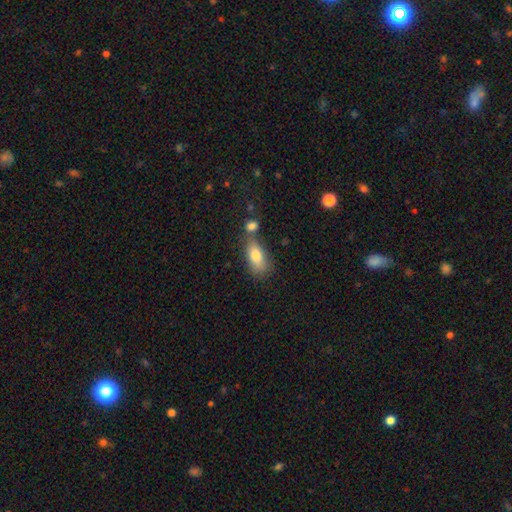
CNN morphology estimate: A smooth galaxy with no disk features (80%) that is in between round and cigar-shaped (85%).

Vote fractions:
- Smooth or featured? smooth: 80% / featured or disk: 12% / star or artifact: 8%
- How rounded? in between: 85% / cigar-shaped: 9% / round: 5%
- Merging? none: 51% / merger: 24% / minor disturbance: 18% / major disturbance: 7%